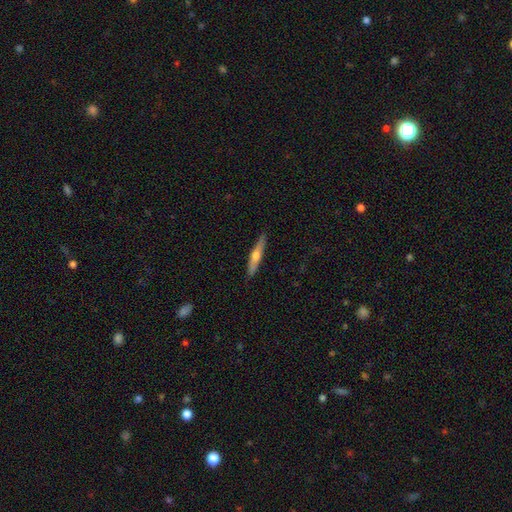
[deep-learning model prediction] A featured or disk galaxy (51%) viewed edge-on (95%).

Vote fractions:
- Smooth or featured? featured or disk: 51% / smooth: 43% / star or artifact: 6%
- Edge-on disk? yes: 95% / no: 5%
- Merging? none: 89% / minor disturbance: 8% / major disturbance: 2% / merger: 1%